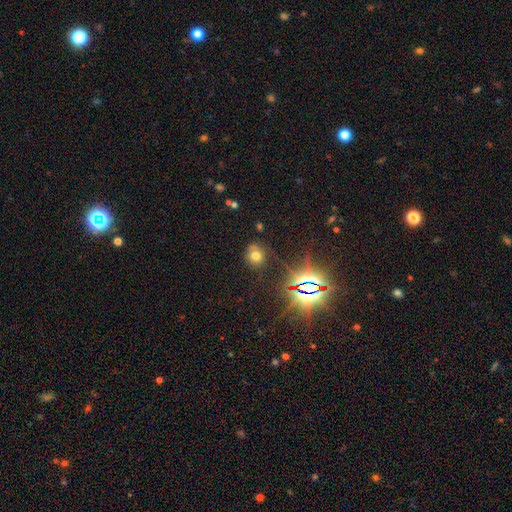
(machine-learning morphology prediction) Smooth or featured? smooth (62%)
How rounded? round (74%)
Merging? none (71%)